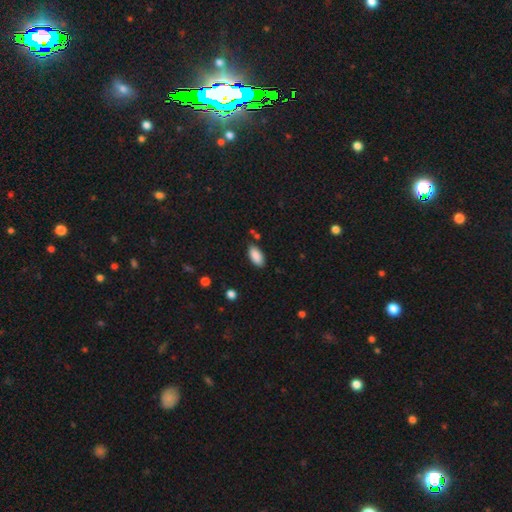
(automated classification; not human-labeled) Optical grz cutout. It shows a smooth galaxy with no disk features (89%) that is in between round and cigar-shaped (92%). Merging: none (82%).